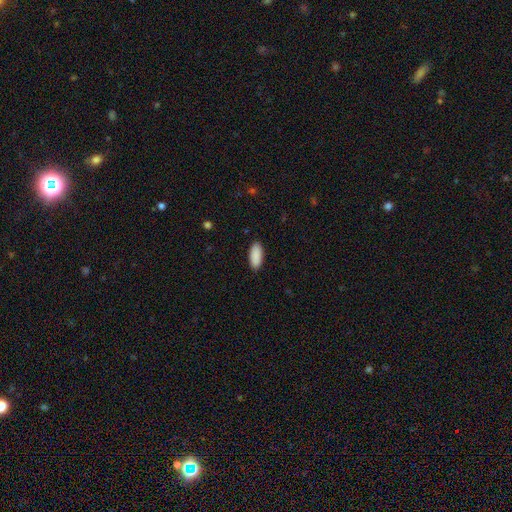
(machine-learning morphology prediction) Q: Smooth or featured?
A: smooth (91%); runner-up: star or artifact (6%)
Q: How rounded?
A: in between (87%); runner-up: cigar-shaped (11%)
Q: Merging?
A: none (90%); runner-up: minor disturbance (8%)